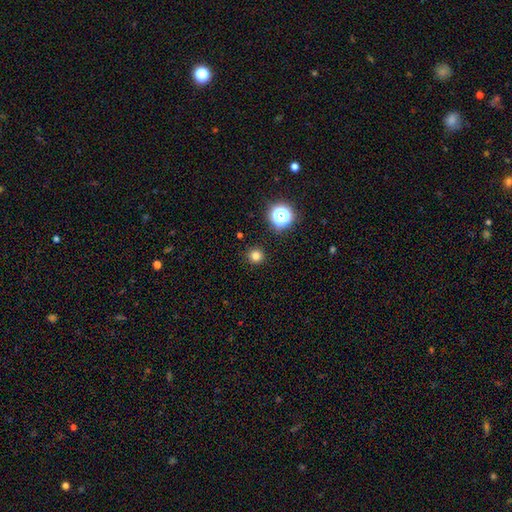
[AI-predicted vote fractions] The model was most divided on "smooth or featured": smooth: 79%, star or artifact: 16%, featured or disk: 5%. More confident: how rounded — round (95%); merging — none (91%).